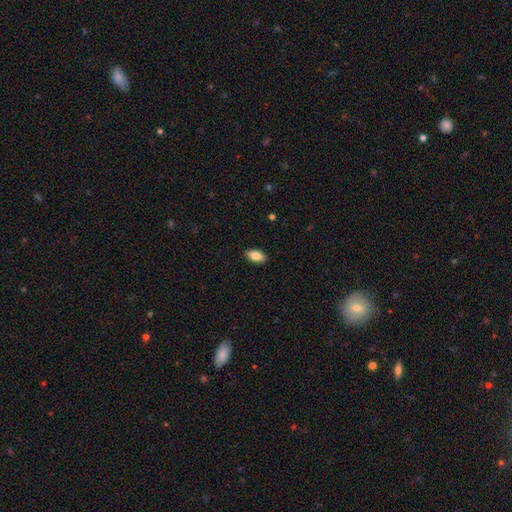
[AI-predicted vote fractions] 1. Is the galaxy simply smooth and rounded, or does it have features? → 83% smooth, 10% featured or disk, 7% star or artifact.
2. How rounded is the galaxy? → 91% in between, 6% cigar-shaped, 3% round.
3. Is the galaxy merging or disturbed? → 89% none, 9% minor disturbance, 2% major disturbance, 1% merger.